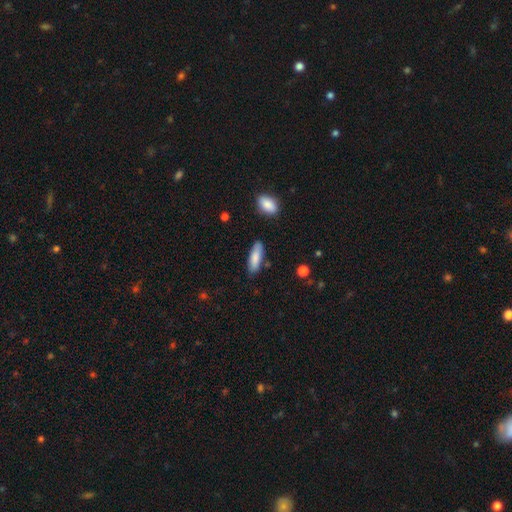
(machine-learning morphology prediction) This is clearly a smooth galaxy (83%). How rounded: possibly in between (54%). Merging: clearly none (82%).